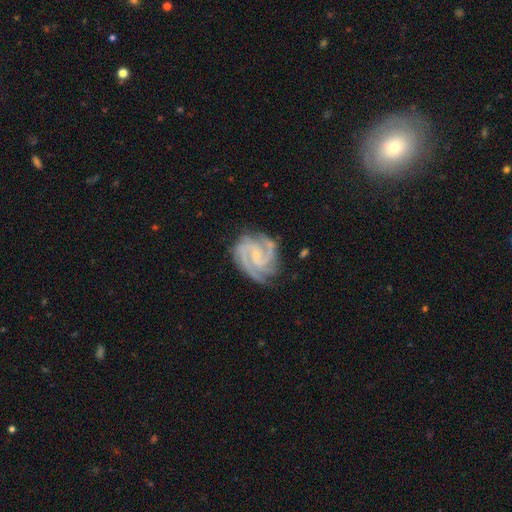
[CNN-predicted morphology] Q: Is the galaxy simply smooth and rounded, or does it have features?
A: featured or disk — 93%.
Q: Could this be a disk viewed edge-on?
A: no — 98%.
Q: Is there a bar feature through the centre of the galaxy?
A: no — 55%.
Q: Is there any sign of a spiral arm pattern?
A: yes — 99%.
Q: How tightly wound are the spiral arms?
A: tight — 62%.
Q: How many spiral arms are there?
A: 3 — 46%.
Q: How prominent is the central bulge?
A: small — 80%.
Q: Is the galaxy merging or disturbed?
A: none — 77%.